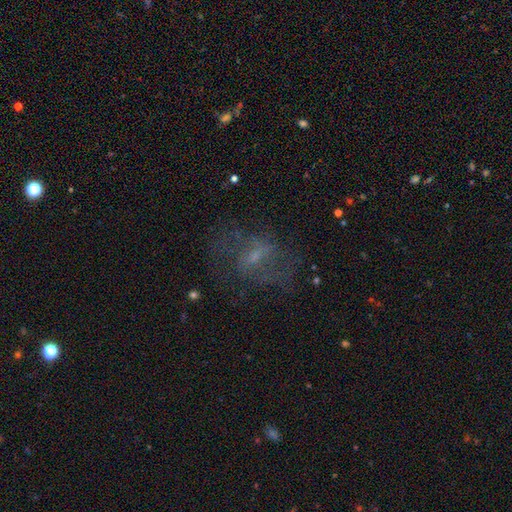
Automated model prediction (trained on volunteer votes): smooth-or-featured: featured or disk: 53% | smooth: 30% | star or artifact: 16%
  disk-edge-on: no: 95% | yes: 5%
    bar: weak: 45% | no: 43% | strong: 12%
    has-spiral-arms: no: 52% | yes: 48%
    bulge-size: small: 51% | moderate: 26% | none: 20% | large: 3% | dominant: 1%
  merging: none: 54% | major disturbance: 25% | minor disturbance: 18% | merger: 2%